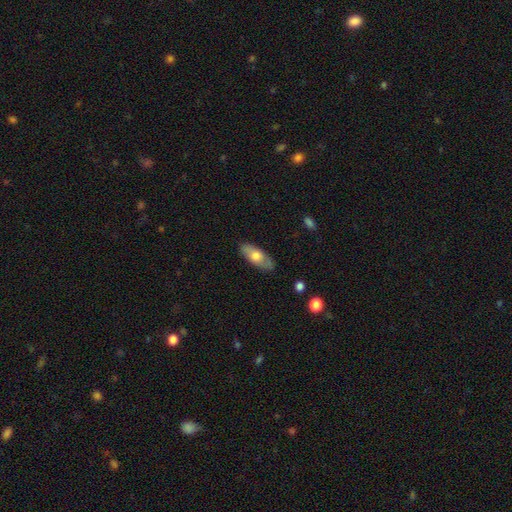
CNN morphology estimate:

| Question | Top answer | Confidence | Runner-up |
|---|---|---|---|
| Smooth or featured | smooth | 62% | featured or disk (32%) |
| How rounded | in between | 81% | cigar-shaped (16%) |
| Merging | none | 81% | minor disturbance (15%) |